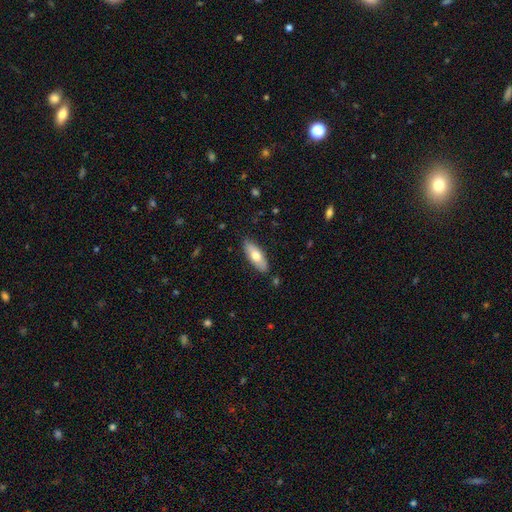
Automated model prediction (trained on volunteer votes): Morphology: type=smooth (67%); roundness=in between (73%); merging=none (85%).